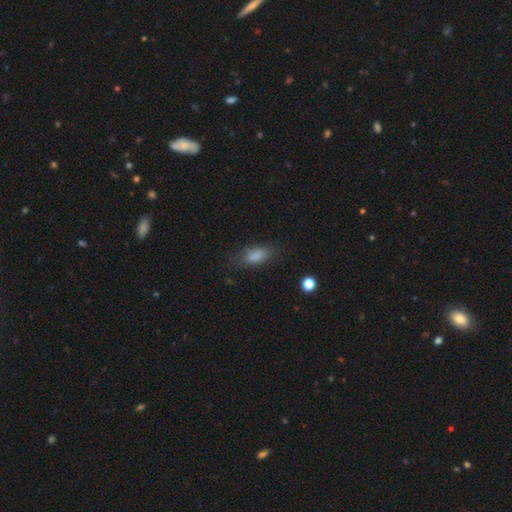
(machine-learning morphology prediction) This appears to be a smooth galaxy with no disk features (82%) that is in between round and cigar-shaped (83%). Merging: none (67%).